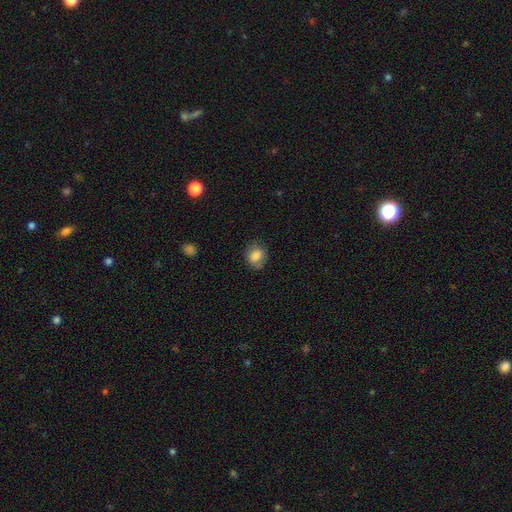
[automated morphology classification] The model was most divided on "how rounded": round: 55%, in between: 44%, cigar-shaped: 1%. More confident: smooth or featured — smooth (81%); merging — none (70%).